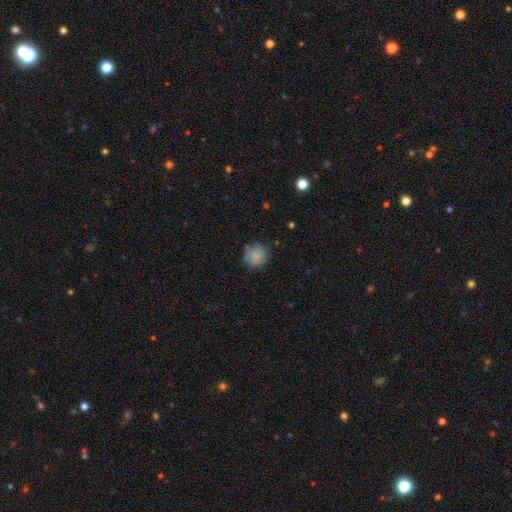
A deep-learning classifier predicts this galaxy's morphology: type=smooth (81%); roundness=round (85%); merging=none (74%).